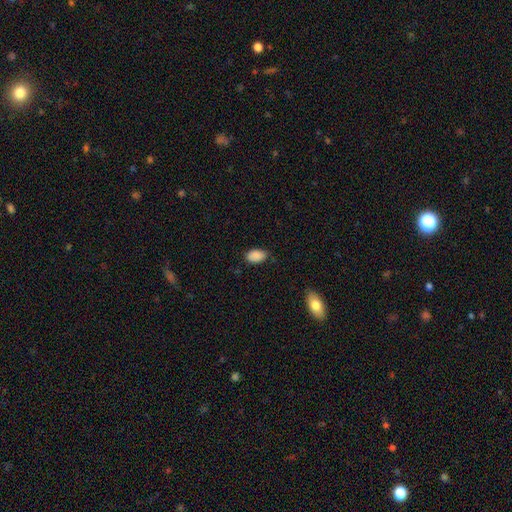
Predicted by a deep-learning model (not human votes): A smooth galaxy with no disk features (89%) that is in between round and cigar-shaped (92%).

Vote fractions:
- Smooth or featured? smooth: 89% / star or artifact: 8% / featured or disk: 3%
- How rounded? in between: 92% / round: 7% / cigar-shaped: 1%
- Merging? none: 73% / minor disturbance: 22% / major disturbance: 3% / merger: 1%